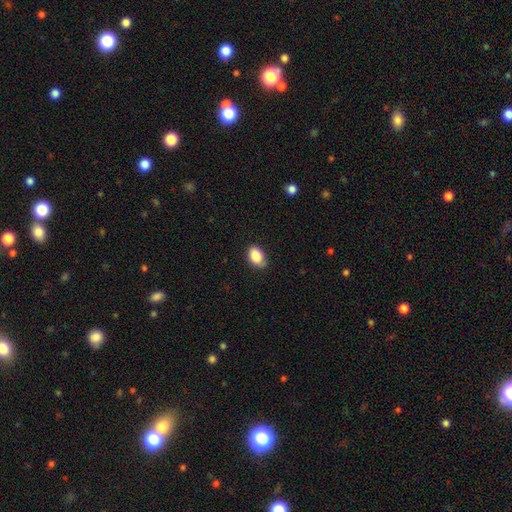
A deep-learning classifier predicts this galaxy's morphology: Q: Smooth or featured?
A: smooth (86%); runner-up: star or artifact (7%)
Q: How rounded?
A: in between (86%); runner-up: round (13%)
Q: Merging?
A: none (73%); runner-up: minor disturbance (22%)